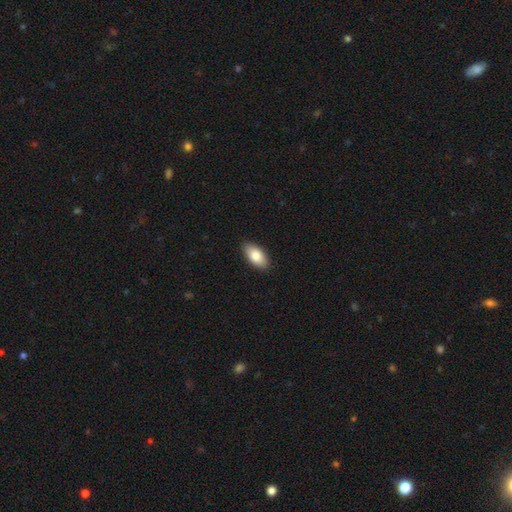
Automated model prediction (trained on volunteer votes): Smooth or featured? smooth (85%)
How rounded? in between (94%)
Merging? none (89%)